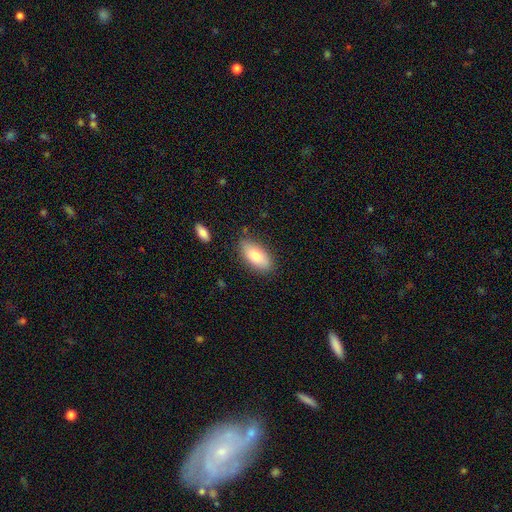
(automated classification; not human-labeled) smooth 80%, featured or disk 14%, star or artifact 6%. Down the decision tree: how rounded — in between (90%); merging — none (82%).